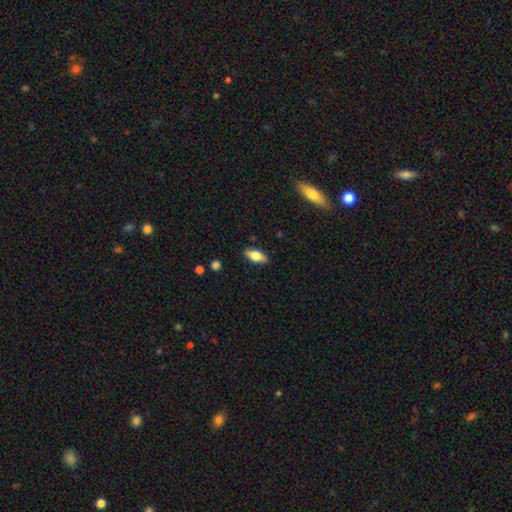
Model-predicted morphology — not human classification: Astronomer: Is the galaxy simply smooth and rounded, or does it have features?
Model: smooth — 73%.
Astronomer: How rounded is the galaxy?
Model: in between — 81%.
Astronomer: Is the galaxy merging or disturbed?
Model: none — 88%.